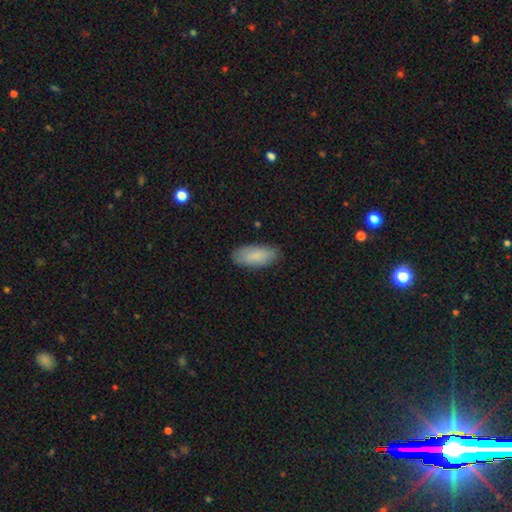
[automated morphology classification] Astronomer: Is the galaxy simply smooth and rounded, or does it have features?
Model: smooth — 84%.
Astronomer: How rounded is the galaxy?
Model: in between — 86%.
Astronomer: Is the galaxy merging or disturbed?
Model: none — 84%.